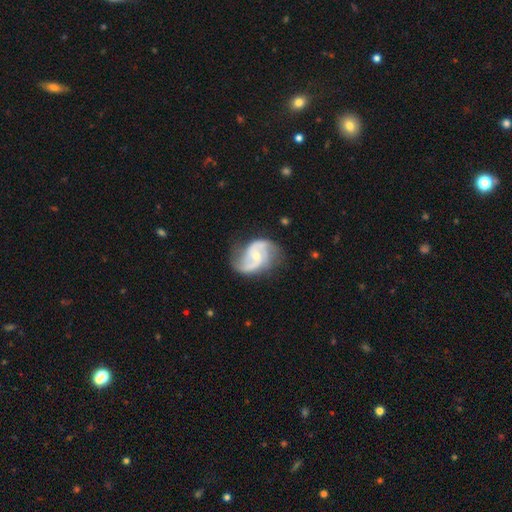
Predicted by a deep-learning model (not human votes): smooth-or-featured: featured or disk: 88% | smooth: 8% | star or artifact: 5%
  disk-edge-on: no: 98% | yes: 2%
    bar: no: 51% | weak: 38% | strong: 11%
    has-spiral-arms: yes: 96% | no: 4%
      spiral-winding: medium: 47% | loose: 38% | tight: 14%
      spiral-arm-count: 2: 89% | can't tell: 4% | 3: 3% | 1: 2% | 4: 1% | more than 4: 1%
    bulge-size: small: 49% | moderate: 47% | large: 2% | none: 1% | dominant: 1%
  merging: none: 68% | minor disturbance: 21% | major disturbance: 9% | merger: 2%